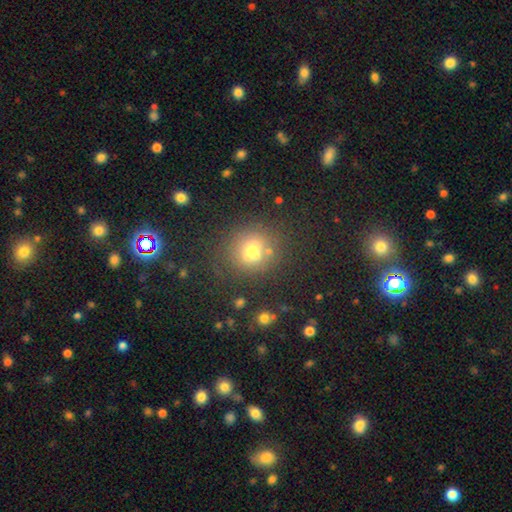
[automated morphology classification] Smooth or featured? smooth (59%)
How rounded? round (80%)
Merging? none (60%)